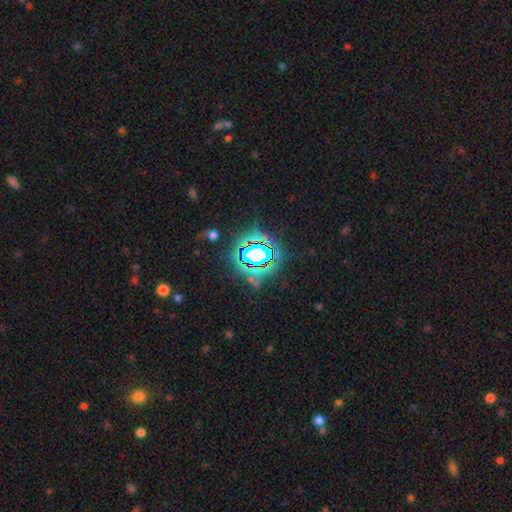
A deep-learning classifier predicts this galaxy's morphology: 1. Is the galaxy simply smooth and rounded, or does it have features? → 72% star or artifact, 15% smooth, 13% featured or disk.